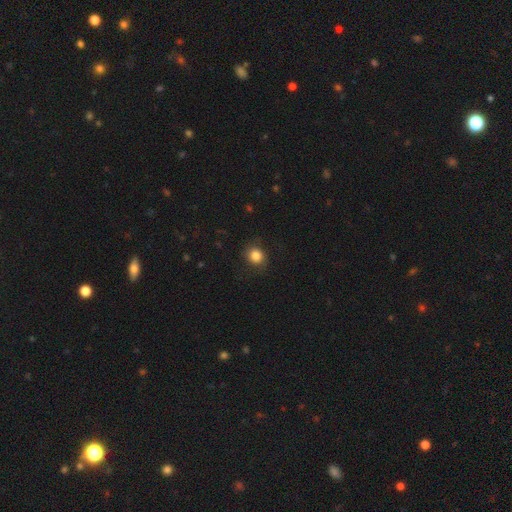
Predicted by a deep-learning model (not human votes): smooth-or-featured: smooth: 84% | star or artifact: 10% | featured or disk: 7%
  how-rounded: round: 78% | in between: 21% | cigar-shaped: 1%
  merging: none: 80% | minor disturbance: 14% | major disturbance: 5% | merger: 1%